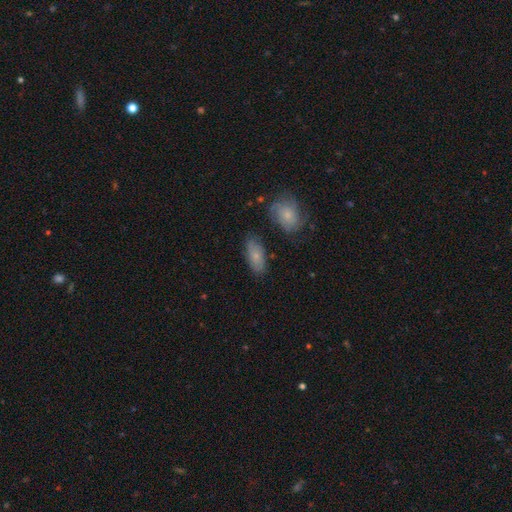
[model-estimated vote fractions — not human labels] smooth 71%, featured or disk 21%, star or artifact 8%. Down the decision tree: how rounded — in between (87%); merging — none (75%).